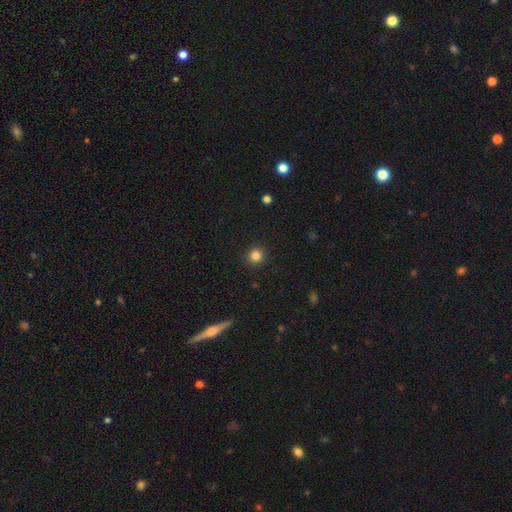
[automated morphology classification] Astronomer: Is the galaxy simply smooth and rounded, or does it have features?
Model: smooth — 84%.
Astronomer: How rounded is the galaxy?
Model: round — 94%.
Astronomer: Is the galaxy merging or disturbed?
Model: none — 92%.